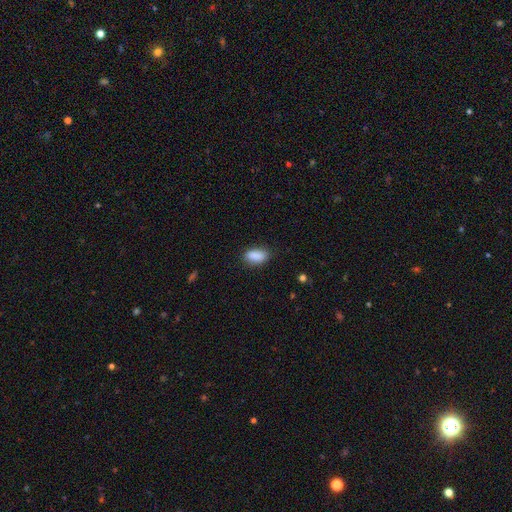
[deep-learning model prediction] Morphology: type=smooth (88%); roundness=in between (87%); merging=none (82%).